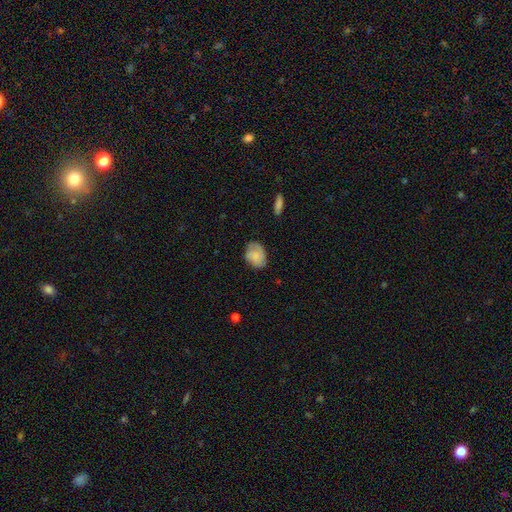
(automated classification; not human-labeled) Q: Smooth or featured?
A: smooth (57%); runner-up: featured or disk (36%)
Q: How rounded?
A: in between (65%); runner-up: round (34%)
Q: Merging?
A: none (68%); runner-up: minor disturbance (24%)